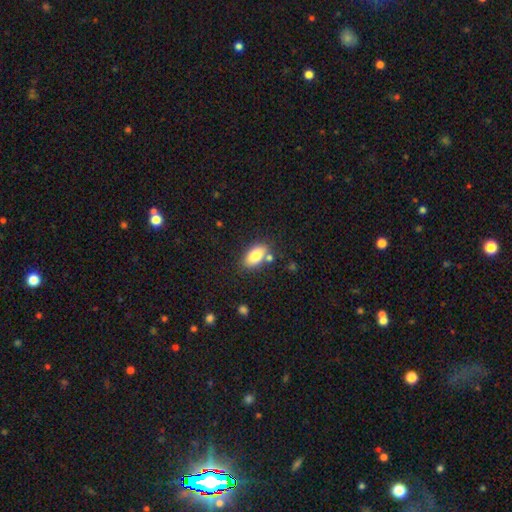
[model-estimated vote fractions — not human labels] smooth 81%, featured or disk 11%, star or artifact 8%. Down the decision tree: how rounded — in between (91%); merging — none (75%).